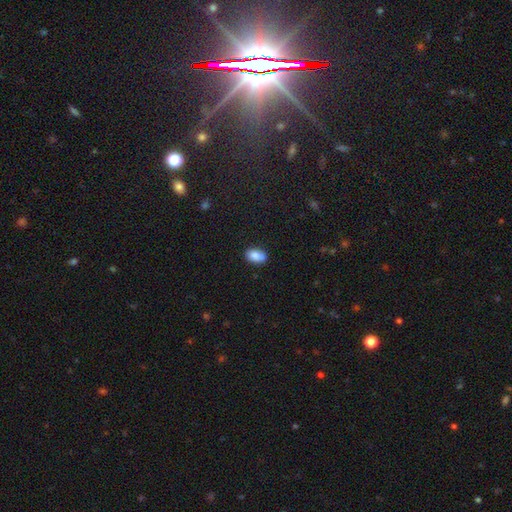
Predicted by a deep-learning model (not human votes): Q: Smooth or featured?
A: smooth (86%); runner-up: star or artifact (8%)
Q: How rounded?
A: in between (90%); runner-up: round (8%)
Q: Merging?
A: none (77%); runner-up: minor disturbance (17%)